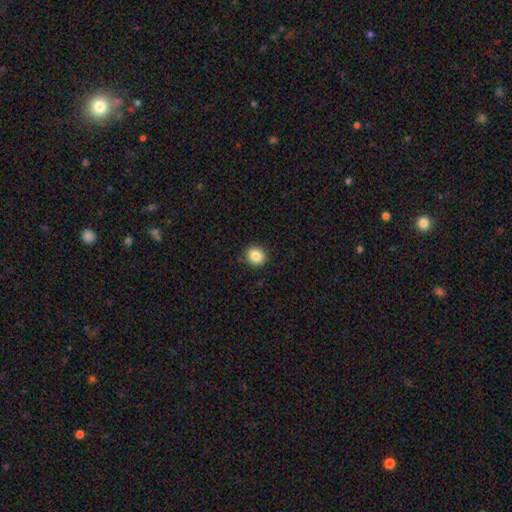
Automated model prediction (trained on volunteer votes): smooth-or-featured: smooth: 86% | star or artifact: 9% | featured or disk: 5%
  how-rounded: round: 76% | in between: 23% | cigar-shaped: 1%
  merging: none: 88% | minor disturbance: 8% | major disturbance: 2% | merger: 1%